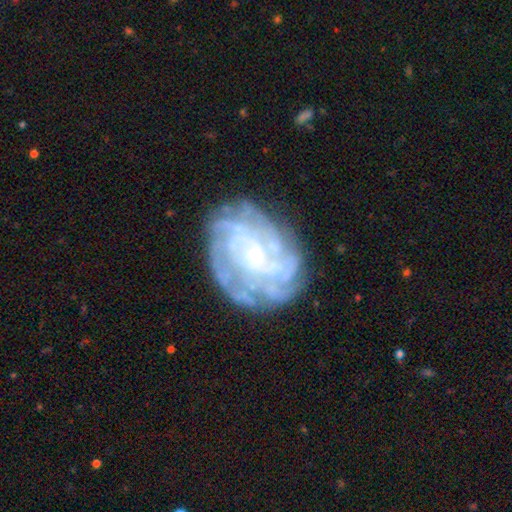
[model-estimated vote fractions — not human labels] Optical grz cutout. It shows a featured or disk galaxy (83%) with no bar (67%), tight (71%) spiral arms (92%) and a small central bulge (77%). Merging: none (75%).